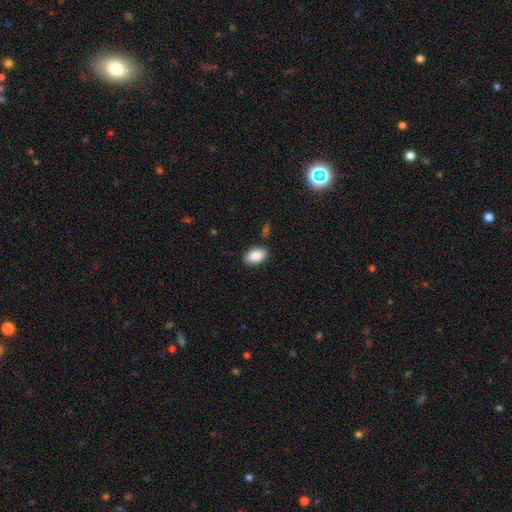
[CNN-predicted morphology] Q: Smooth or featured?
A: smooth (89%); runner-up: star or artifact (7%)
Q: How rounded?
A: in between (94%); runner-up: round (5%)
Q: Merging?
A: none (86%); runner-up: minor disturbance (10%)